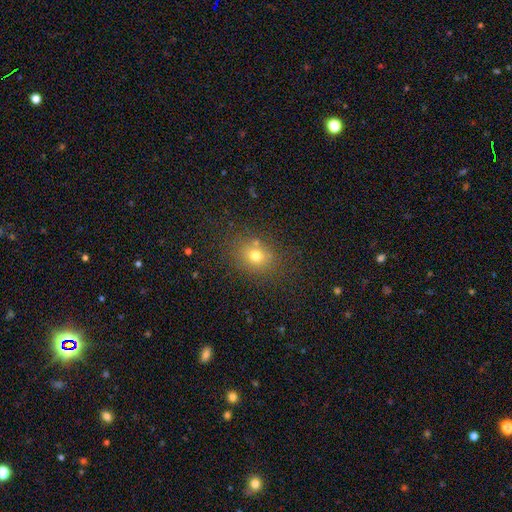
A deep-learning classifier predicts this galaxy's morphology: smooth-or-featured: smooth: 72% | star or artifact: 17% | featured or disk: 11%
  how-rounded: round: 59% | in between: 40% | cigar-shaped: 1%
  merging: none: 77% | minor disturbance: 13% | merger: 5% | major disturbance: 5%